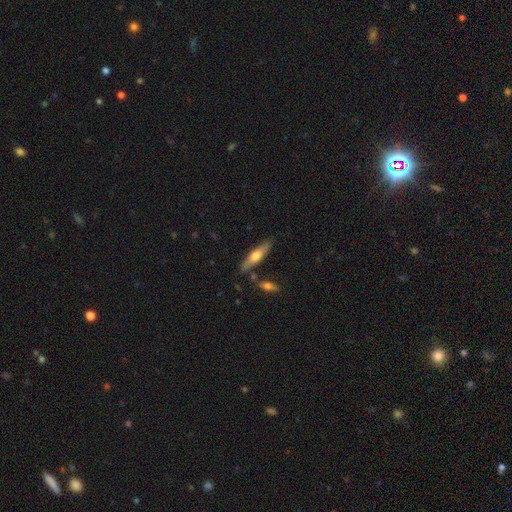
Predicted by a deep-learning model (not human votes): Overall: smooth (55%; featured or disk 40%). How rounded: cigar-shaped (69%). Merging: none (79%).